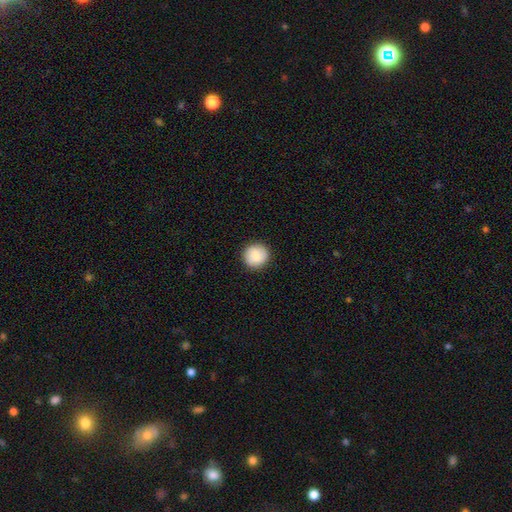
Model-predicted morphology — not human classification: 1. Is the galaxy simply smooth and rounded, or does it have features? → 82% smooth, 12% featured or disk, 7% star or artifact.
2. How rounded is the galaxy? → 93% round, 6% in between, 1% cigar-shaped.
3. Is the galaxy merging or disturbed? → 90% none, 7% minor disturbance, 2% major disturbance, 1% merger.